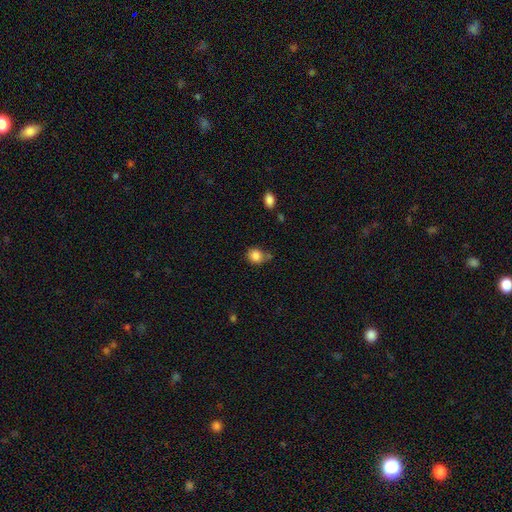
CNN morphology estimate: Overall: smooth (85%). How rounded: round (74%). Merging: none (63%).